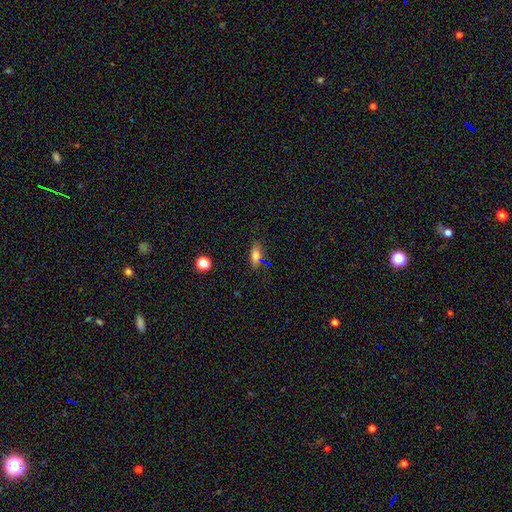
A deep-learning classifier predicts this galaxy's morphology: Smooth or featured: smooth — 69% (star or artifact — 17%)
How rounded: in between — 75% (cigar-shaped — 16%)
Merging: none — 77% (minor disturbance — 15%)